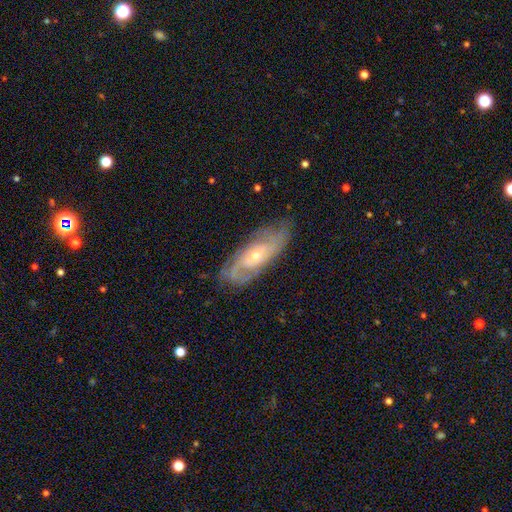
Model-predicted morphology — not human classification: Smooth or featured? featured or disk (81%)
Edge-on disk? no (88%)
Bar? no (69%)
Spiral arms? yes (92%)
Spiral winding? tight (51%)
Spiral arm count? 2 (43%)
Bulge size? small (65%)
Merging? none (74%)